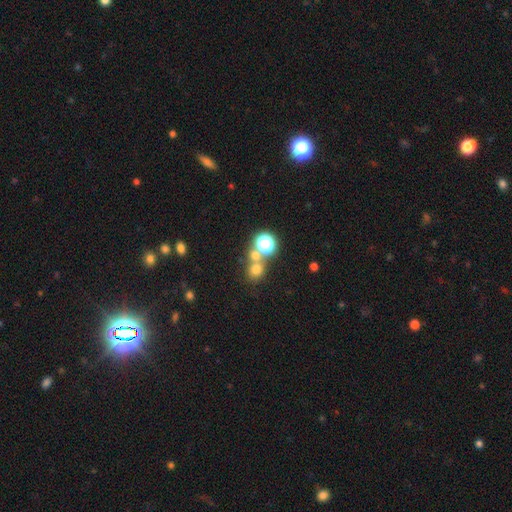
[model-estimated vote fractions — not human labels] smooth-or-featured: smooth: 63% | star or artifact: 27% | featured or disk: 10%
  how-rounded: round: 83% | in between: 16% | cigar-shaped: 1%
  merging: none: 54% | merger: 36% | minor disturbance: 7% | major disturbance: 4%